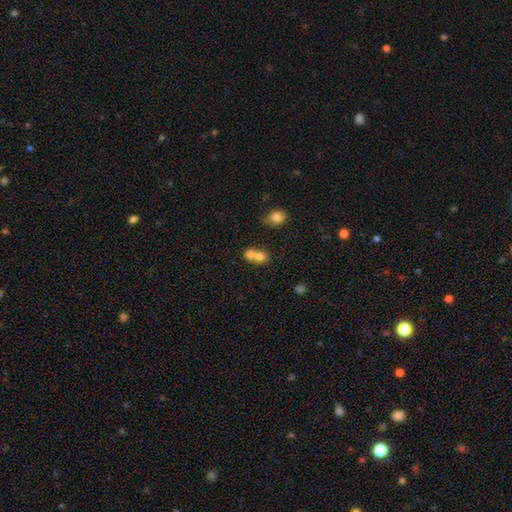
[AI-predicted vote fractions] smooth_or_featured: smooth (p=0.74) [alt: featured or disk p=0.15]
how_rounded: round (p=0.66) [alt: in between p=0.33]
merging: merger (p=0.66) [alt: none p=0.26]